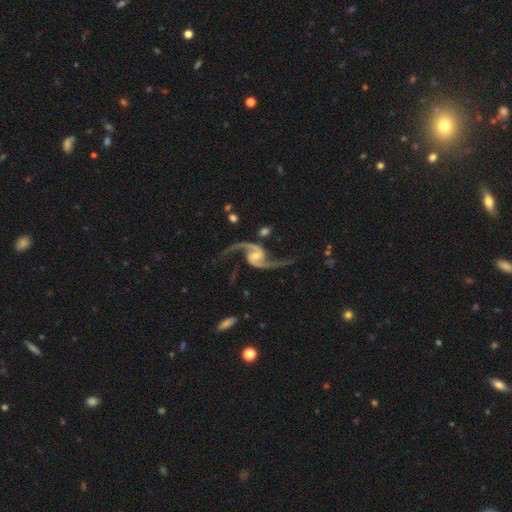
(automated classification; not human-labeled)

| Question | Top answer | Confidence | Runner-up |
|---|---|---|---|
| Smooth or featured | featured or disk | 94% | star or artifact (4%) |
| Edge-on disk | no | 98% | yes (2%) |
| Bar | no | 46% | weak (39%) |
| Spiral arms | yes | 98% | no (2%) |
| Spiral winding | loose | 75% | medium (21%) |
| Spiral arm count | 2 | 95% | 1 (1%) |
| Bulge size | small | 47% | moderate (45%) |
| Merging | none | 71% | minor disturbance (14%) |